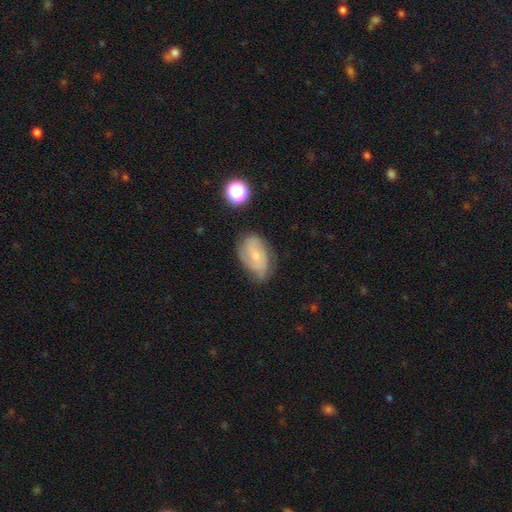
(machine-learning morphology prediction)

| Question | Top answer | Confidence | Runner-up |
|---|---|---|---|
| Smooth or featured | featured or disk | 60% | smooth (31%) |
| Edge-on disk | no | 96% | yes (4%) |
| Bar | no | 64% | weak (31%) |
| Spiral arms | yes | 87% | no (13%) |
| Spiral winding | medium | 41% | tied: tight (41%) |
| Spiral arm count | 2 | 42% | can't tell (30%) |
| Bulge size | small | 70% | moderate (24%) |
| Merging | none | 58% | minor disturbance (29%) |